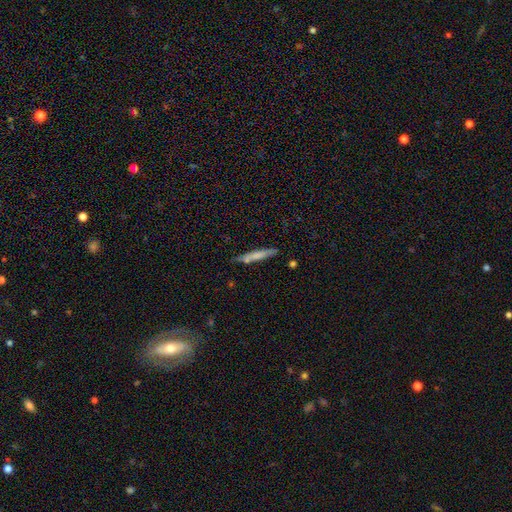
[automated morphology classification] A smooth galaxy with no disk features (64%) that is cigar-shaped (95%).

Vote fractions:
- Smooth or featured? smooth: 64% / featured or disk: 30% / star or artifact: 6%
- How rounded? cigar-shaped: 95% / in between: 4% / round: 1%
- Merging? none: 80% / minor disturbance: 13% / merger: 4% / major disturbance: 3%